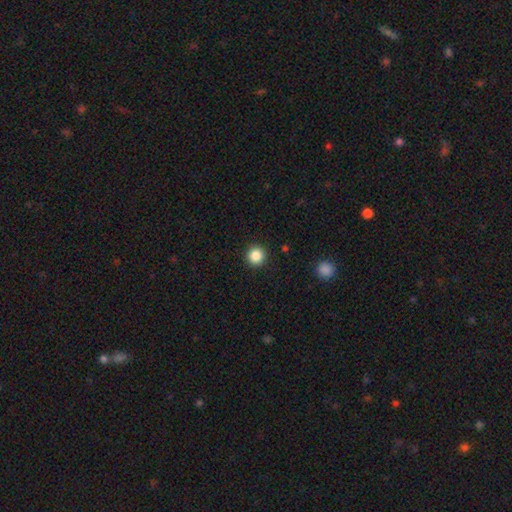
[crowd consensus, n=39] Smooth or featured? 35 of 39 (90%) said smooth. How rounded? 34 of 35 (97%) said round. Merging? 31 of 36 (86%) said none.